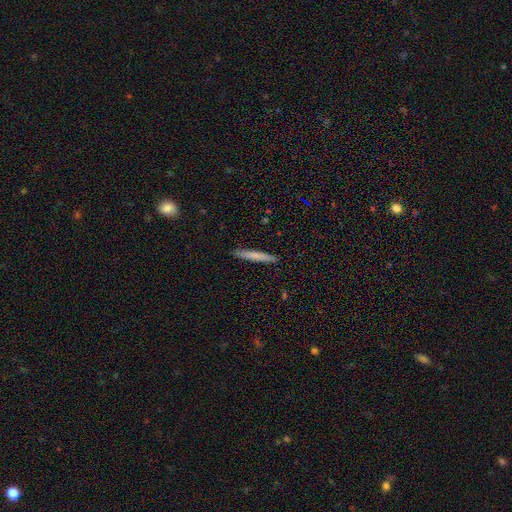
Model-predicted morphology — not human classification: smooth-or-featured: smooth: 66% | featured or disk: 28% | star or artifact: 6%
  how-rounded: cigar-shaped: 95% | in between: 3% | round: 1%
  merging: none: 91% | minor disturbance: 6% | major disturbance: 1% | merger: 1%